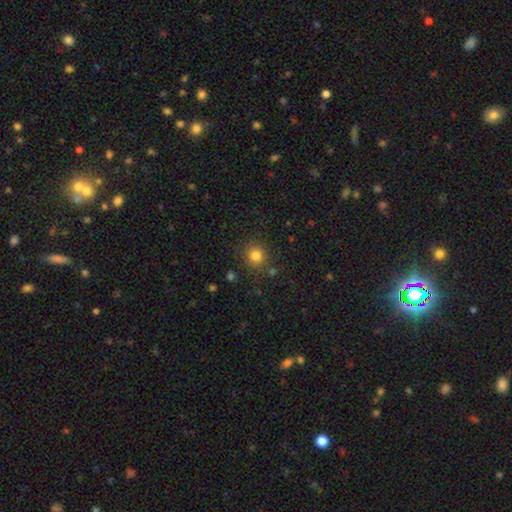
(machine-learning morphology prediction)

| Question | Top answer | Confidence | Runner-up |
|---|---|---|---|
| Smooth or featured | smooth | 81% | star or artifact (13%) |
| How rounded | round | 89% | in between (10%) |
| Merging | none | 84% | minor disturbance (9%) |